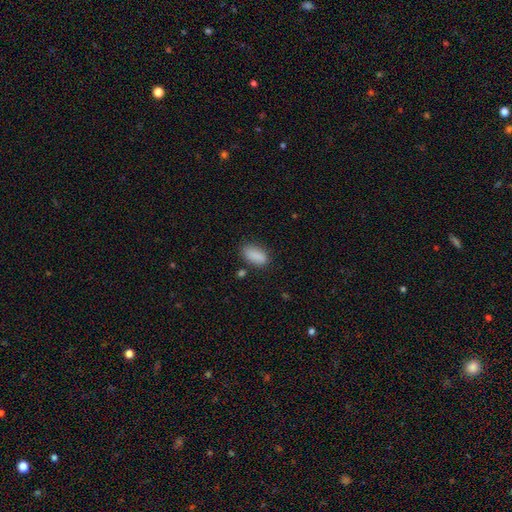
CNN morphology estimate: type=smooth (88%); roundness=in between (90%); merging=none (77%).